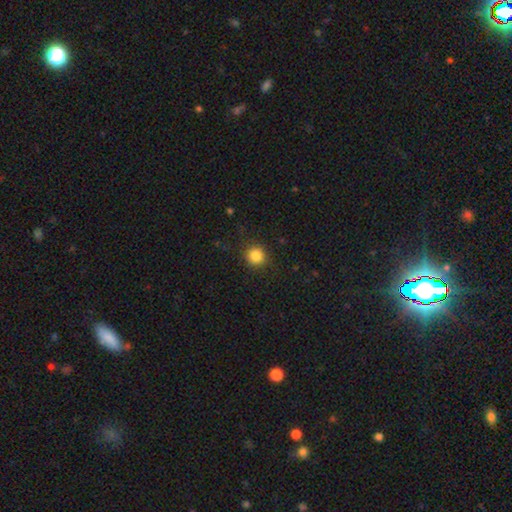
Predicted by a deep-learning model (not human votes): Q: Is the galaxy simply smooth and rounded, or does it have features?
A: smooth — 85%.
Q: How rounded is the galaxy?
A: round — 93%.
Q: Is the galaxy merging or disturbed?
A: none — 90%.